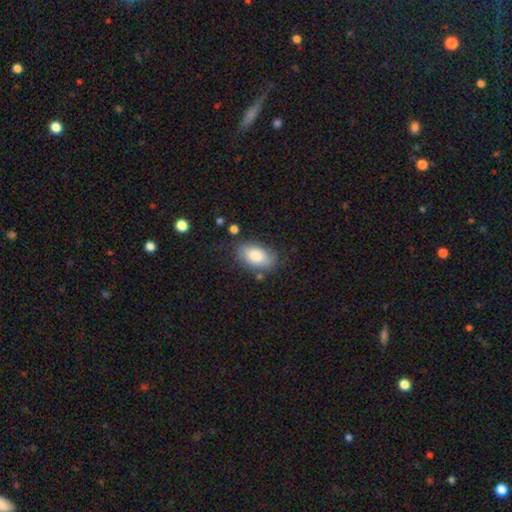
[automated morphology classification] Smooth or featured?
  - smooth: 82% *
  - featured or disk: 12%
  - star or artifact: 7%
How rounded?
  - in between: 93% *
  - round: 5%
  - cigar-shaped: 2%
Merging?
  - none: 76% *
  - minor disturbance: 16%
  - major disturbance: 4%
  - merger: 4%